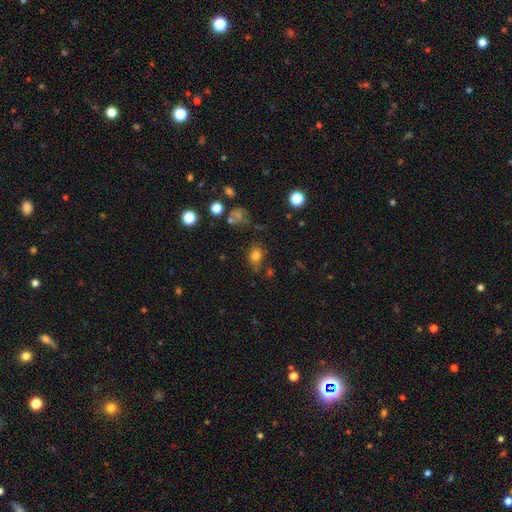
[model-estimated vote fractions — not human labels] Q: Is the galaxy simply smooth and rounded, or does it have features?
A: smooth — 77%.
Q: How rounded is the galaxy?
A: round — 51%.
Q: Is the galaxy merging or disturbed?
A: none — 73%.